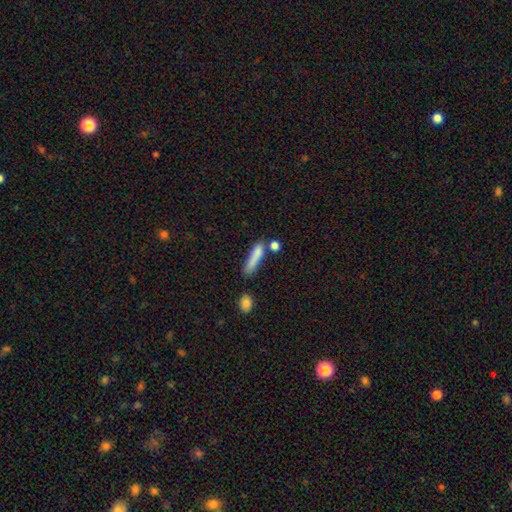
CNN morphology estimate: smooth-or-featured: smooth: 79% | featured or disk: 13% | star or artifact: 8%
  how-rounded: cigar-shaped: 80% | in between: 17% | round: 3%
  merging: none: 54% | minor disturbance: 21% | merger: 15% | major disturbance: 9%